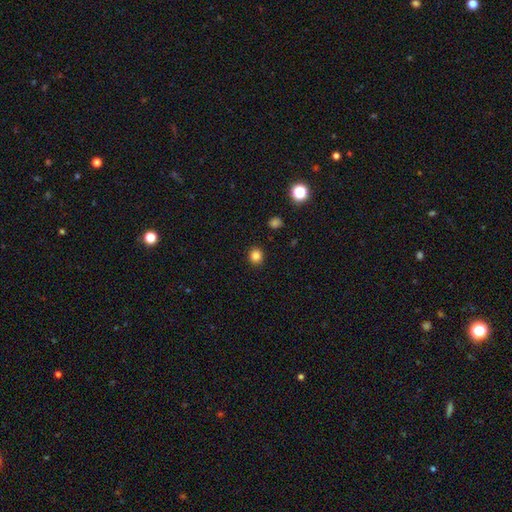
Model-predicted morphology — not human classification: A smooth galaxy with no disk features (84%) that is round (86%). Merging: none (91%).